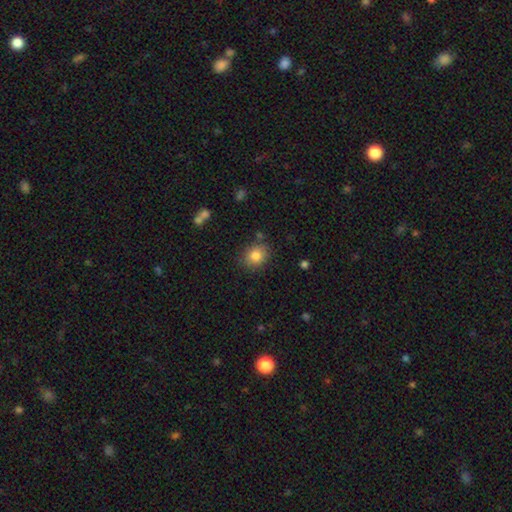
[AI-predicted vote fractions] smooth-or-featured: smooth: 82% | star or artifact: 10% | featured or disk: 8%
  how-rounded: round: 66% | in between: 33% | cigar-shaped: 1%
  merging: none: 81% | minor disturbance: 13% | merger: 3% | major disturbance: 3%